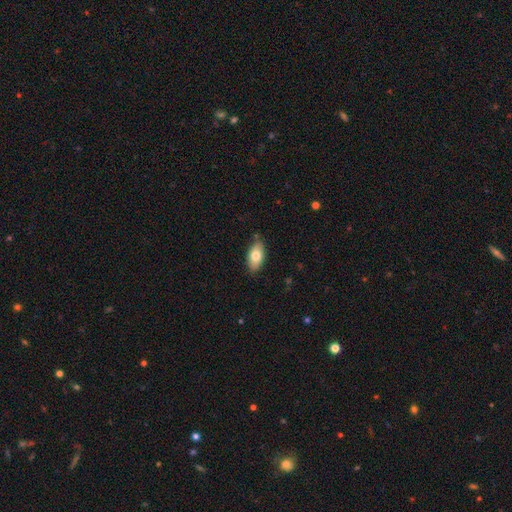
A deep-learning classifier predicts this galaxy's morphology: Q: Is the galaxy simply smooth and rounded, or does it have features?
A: smooth — 76%.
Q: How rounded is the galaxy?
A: in between — 91%.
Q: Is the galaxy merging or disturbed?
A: none — 82%.